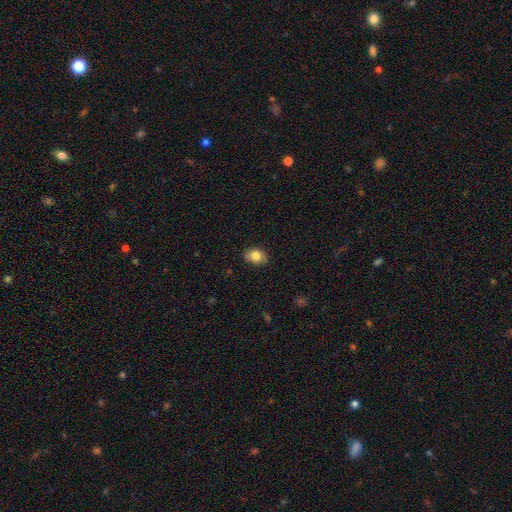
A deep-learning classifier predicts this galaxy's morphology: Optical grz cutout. It shows a smooth galaxy with no disk features (83%) that is in between round and cigar-shaped (78%). Merging: none (87%).